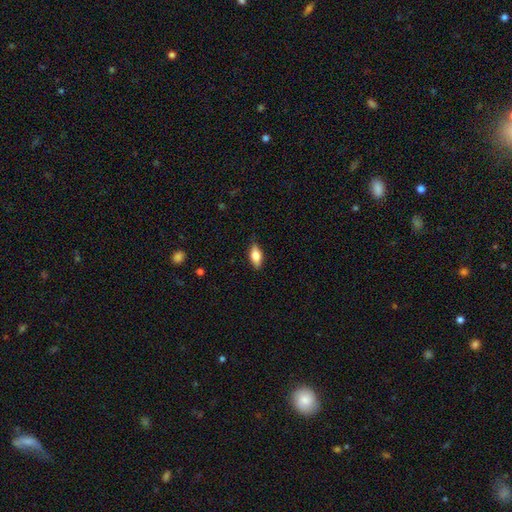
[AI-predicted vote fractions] Morphology: type=smooth (74%); roundness=in between (82%); merging=none (82%).